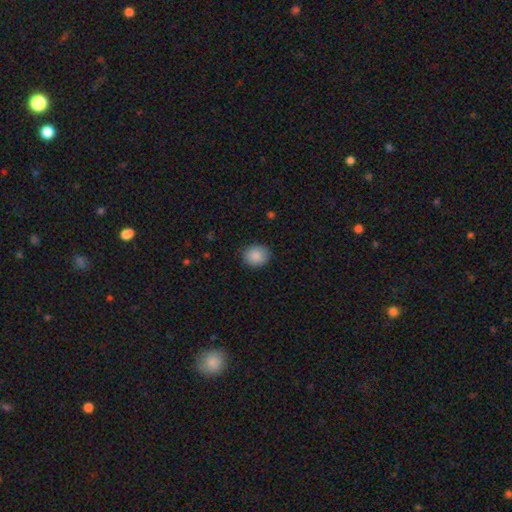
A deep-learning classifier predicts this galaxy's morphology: This appears to be a smooth galaxy with no disk features (88%) that is round (67%). Merging: none (86%).